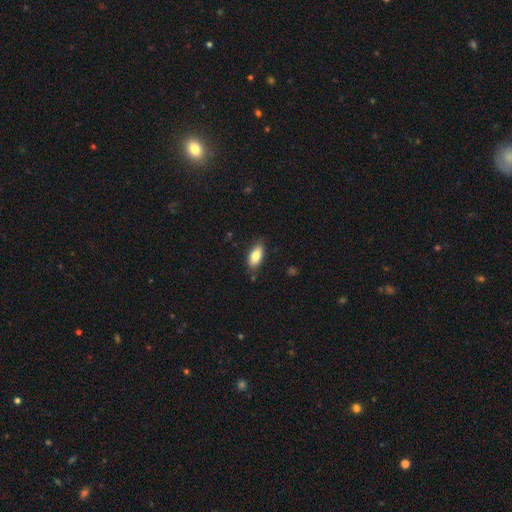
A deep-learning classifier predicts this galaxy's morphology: This is clearly a smooth galaxy (81%). How rounded: clearly in between (88%). Merging: clearly none (82%).